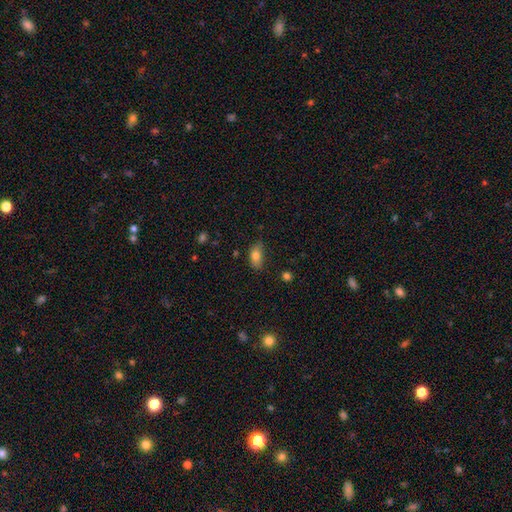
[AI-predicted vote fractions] Overall: smooth (79%). How rounded: in between (87%). Merging: none (74%).